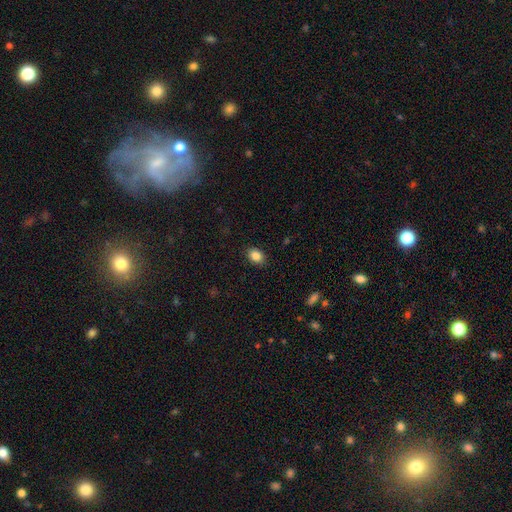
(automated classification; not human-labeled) Smooth or featured: smooth — 86% (star or artifact — 9%)
How rounded: in between — 70% (round — 29%)
Merging: none — 87% (minor disturbance — 9%)